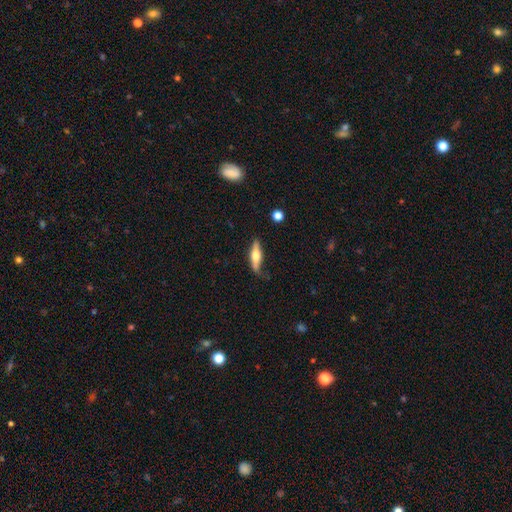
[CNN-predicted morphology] This appears to be a featured or disk galaxy (49%). Merging: none (67%).